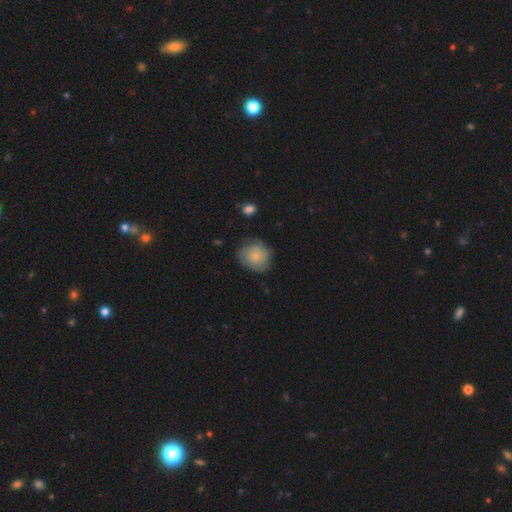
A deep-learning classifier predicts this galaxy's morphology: Smooth or featured? Predicted: smooth (p=0.69). How rounded? Predicted: round (p=0.76). Merging? Predicted: none (p=0.71).